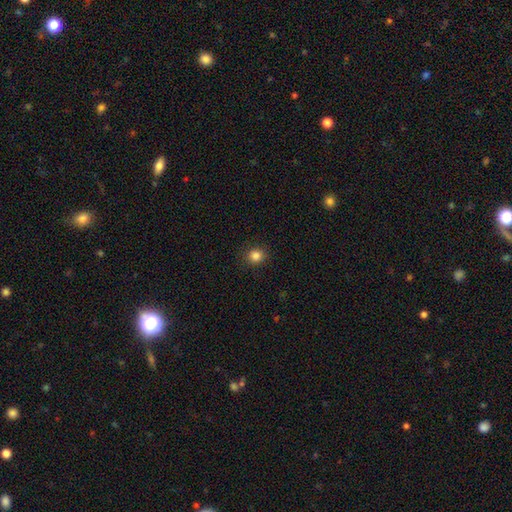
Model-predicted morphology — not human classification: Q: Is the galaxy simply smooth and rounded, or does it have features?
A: smooth — 84%.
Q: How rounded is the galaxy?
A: round — 89%.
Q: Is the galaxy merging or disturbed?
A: none — 90%.